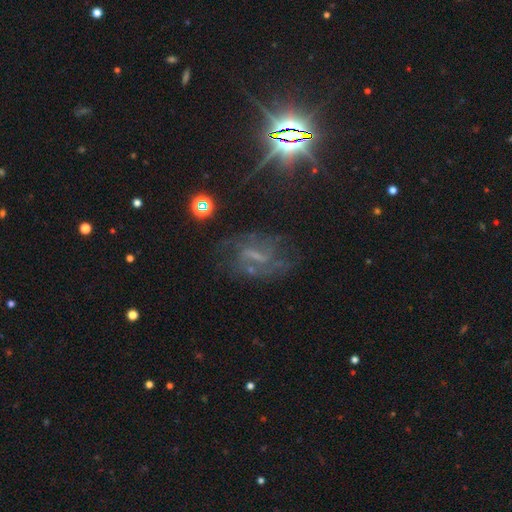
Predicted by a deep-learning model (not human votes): Q: Smooth or featured?
A: featured or disk (61%); runner-up: star or artifact (25%)
Q: Edge-on disk?
A: no (93%); runner-up: yes (7%)
Q: Bar?
A: weak (42%); runner-up: strong (36%)
Q: Spiral arms?
A: yes (76%); runner-up: no (24%)
Q: Bulge size?
A: none (49%); runner-up: small (29%)
Q: Merging?
A: none (59%); runner-up: major disturbance (20%)